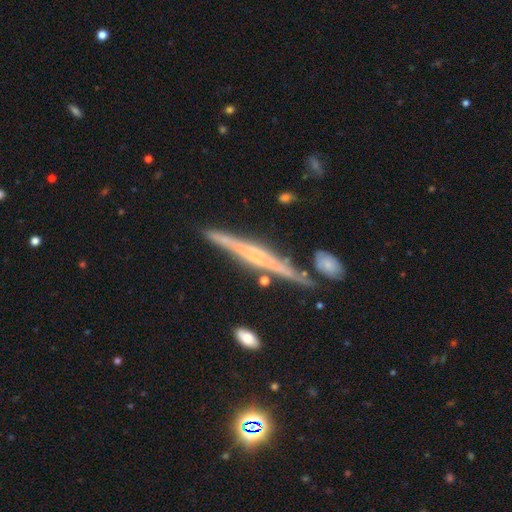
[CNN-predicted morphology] This is likely a featured or disk galaxy (74%). It is clearly viewed edge-on (97%). Edge-on bulge: marginally rounded (40%). Merging: likely none (79%).